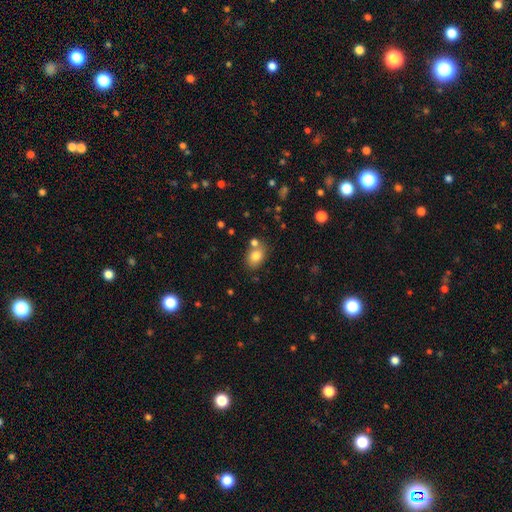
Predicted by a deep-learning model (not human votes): smooth-or-featured: smooth: 80% | star or artifact: 10% | featured or disk: 10%
  how-rounded: in between: 64% | round: 35% | cigar-shaped: 1%
  merging: none: 64% | merger: 20% | minor disturbance: 12% | major disturbance: 4%